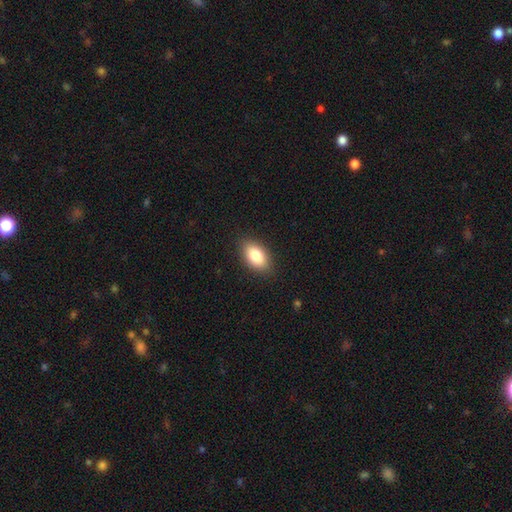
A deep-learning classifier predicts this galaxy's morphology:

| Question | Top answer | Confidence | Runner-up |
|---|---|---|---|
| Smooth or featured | smooth | 83% | featured or disk (9%) |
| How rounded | in between | 91% | round (5%) |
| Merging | none | 87% | minor disturbance (9%) |